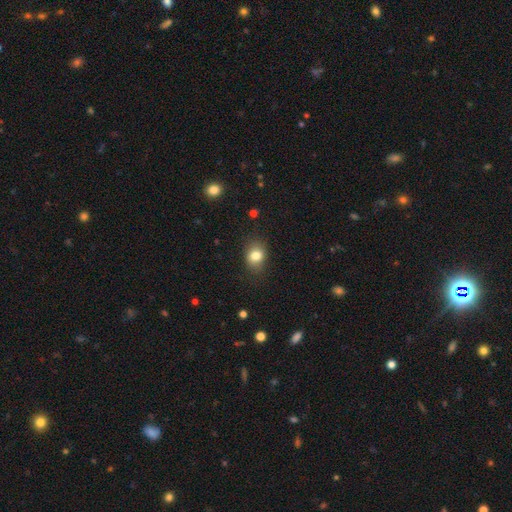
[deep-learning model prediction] Overall: smooth (81%). How rounded: in between (58%; round 41%). Merging: none (78%).